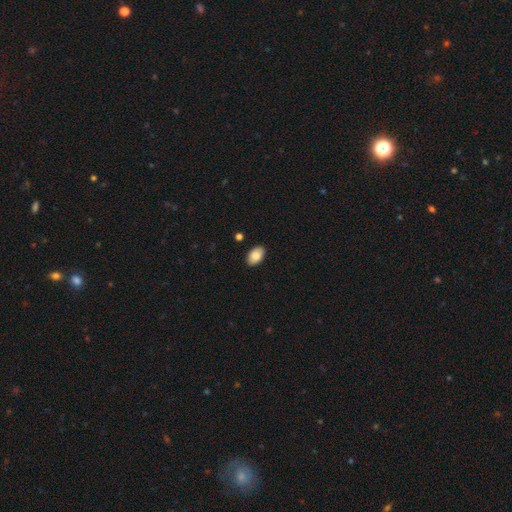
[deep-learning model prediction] Overall: smooth (86%). How rounded: in between (93%). Merging: none (89%).